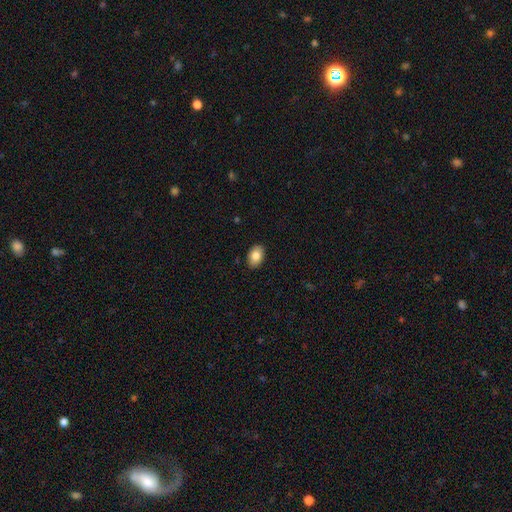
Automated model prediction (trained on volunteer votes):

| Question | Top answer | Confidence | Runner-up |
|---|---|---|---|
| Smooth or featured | smooth | 83% | featured or disk (9%) |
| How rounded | in between | 86% | round (13%) |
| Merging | none | 89% | minor disturbance (8%) |